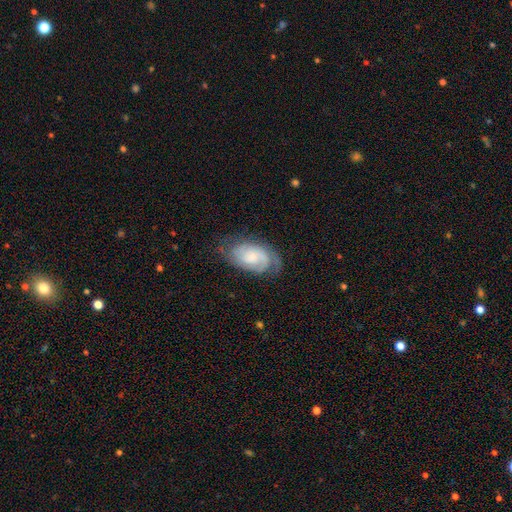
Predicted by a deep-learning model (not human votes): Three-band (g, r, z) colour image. It shows a featured or disk galaxy (74%) with no bar (63%), 2 (50%) tight (61%) spiral arms (94%) and a small central bulge (42%). Merging: none (74%).